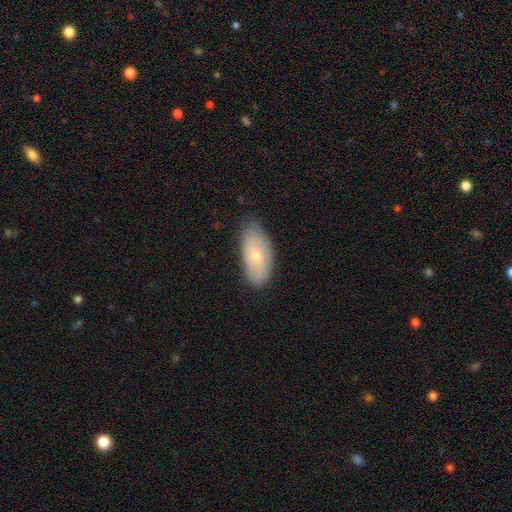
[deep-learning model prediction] This appears to be a smooth galaxy with no disk features (62%) that is in between round and cigar-shaped (90%). Merging: none (77%).